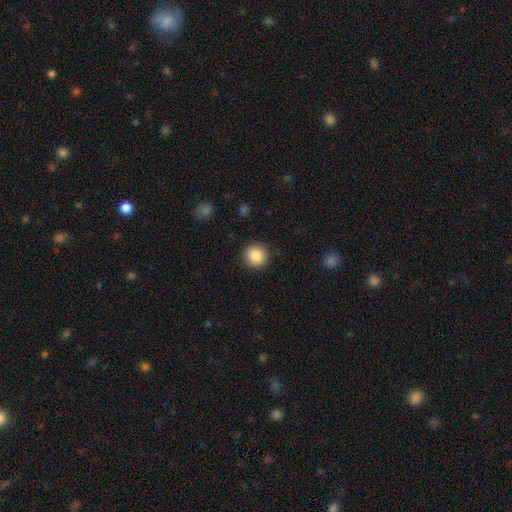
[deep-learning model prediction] Overall: smooth (86%). How rounded: round (92%). Merging: none (91%).